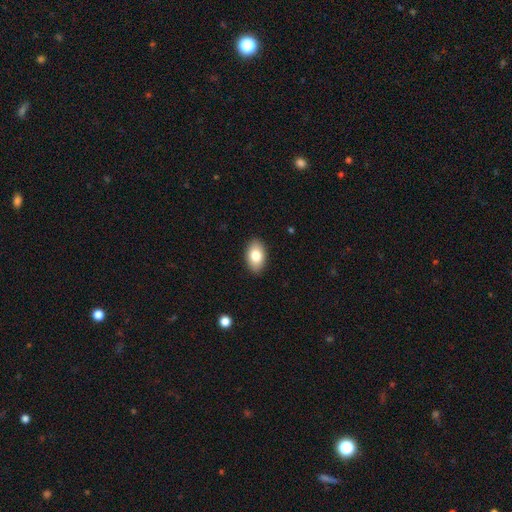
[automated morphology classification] Smooth or featured? smooth (81%)
How rounded? in between (91%)
Merging? none (89%)